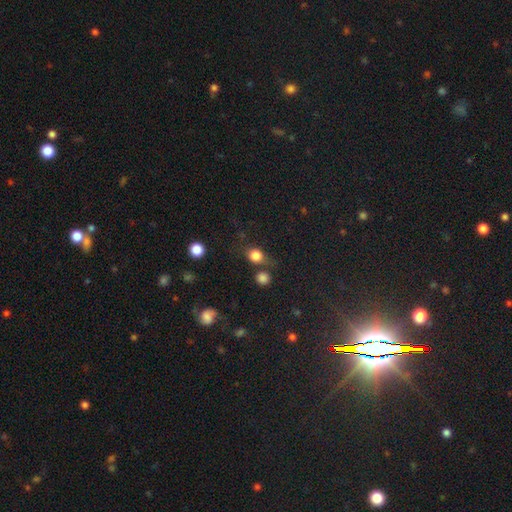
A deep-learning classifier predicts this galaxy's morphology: Smooth or featured? smooth (79%)
How rounded? round (77%)
Merging? none (60%)